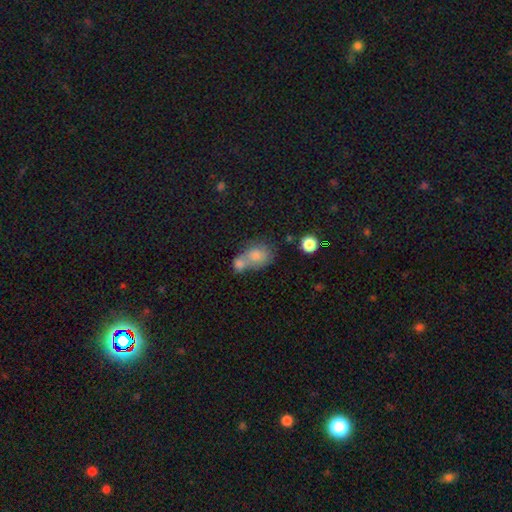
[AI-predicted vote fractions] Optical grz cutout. It shows a smooth galaxy with no disk features (75%) that is in between round and cigar-shaped (59%). Merging: merger (60%).